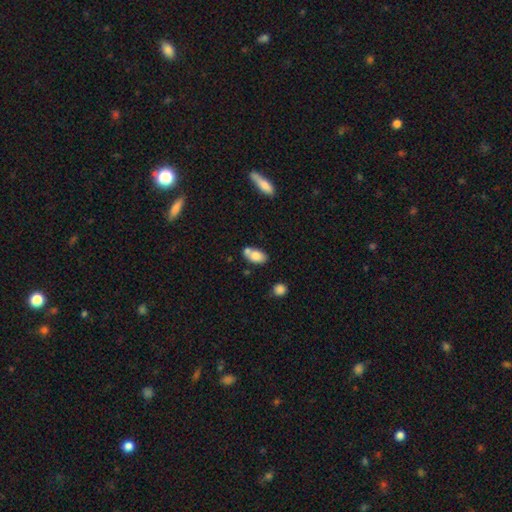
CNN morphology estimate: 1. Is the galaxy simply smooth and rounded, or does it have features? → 79% smooth, 13% featured or disk, 8% star or artifact.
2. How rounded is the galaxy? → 88% in between, 9% round, 3% cigar-shaped.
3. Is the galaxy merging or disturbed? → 46% none, 33% merger, 16% minor disturbance, 5% major disturbance.